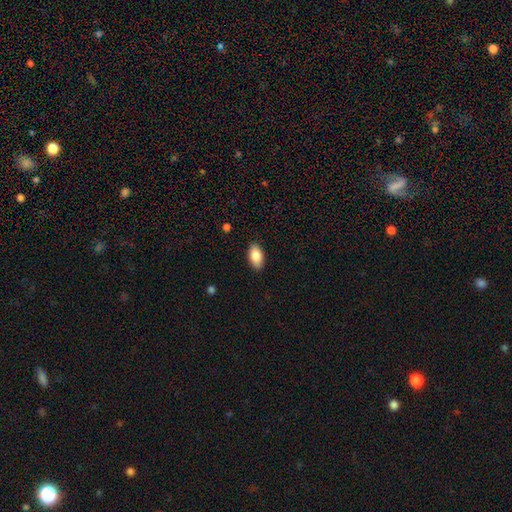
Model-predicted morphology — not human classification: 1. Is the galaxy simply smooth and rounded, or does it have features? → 87% smooth, 7% star or artifact, 7% featured or disk.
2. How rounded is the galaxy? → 94% in between, 3% round, 3% cigar-shaped.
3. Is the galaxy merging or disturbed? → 88% none, 9% minor disturbance, 2% major disturbance, 1% merger.